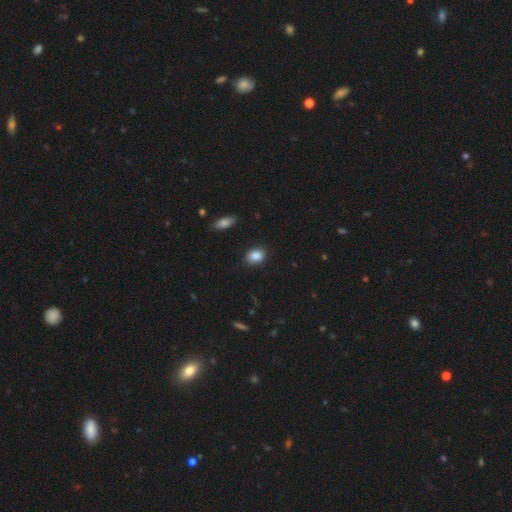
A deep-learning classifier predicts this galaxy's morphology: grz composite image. It shows a smooth galaxy with no disk features (87%) that is in between round and cigar-shaped (72%). Merging: none (87%).